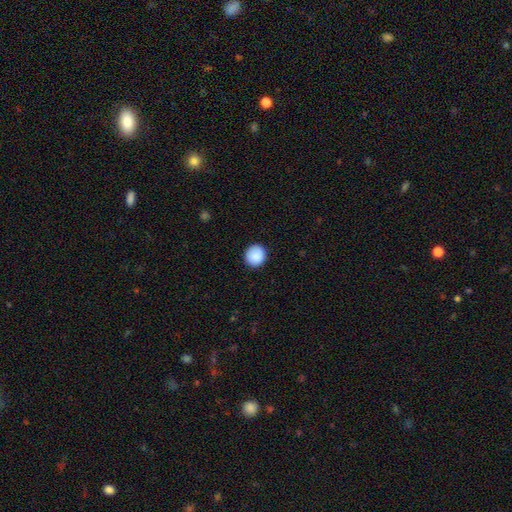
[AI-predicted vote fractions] Morphology: type=smooth (89%); roundness=round (88%); merging=none (91%).